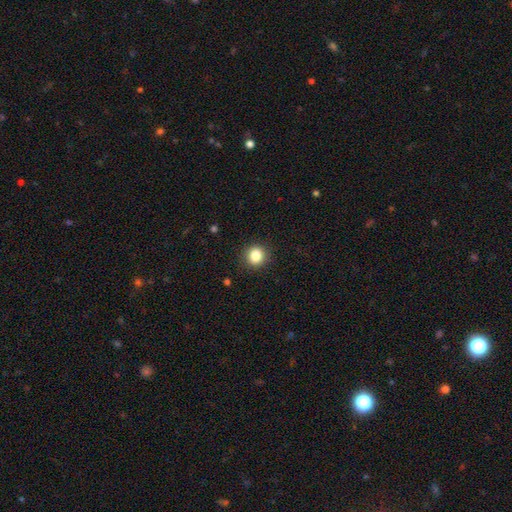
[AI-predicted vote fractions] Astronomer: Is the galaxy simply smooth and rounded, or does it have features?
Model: smooth — 85%.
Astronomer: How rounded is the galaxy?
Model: round — 89%.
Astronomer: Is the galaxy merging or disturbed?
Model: none — 90%.